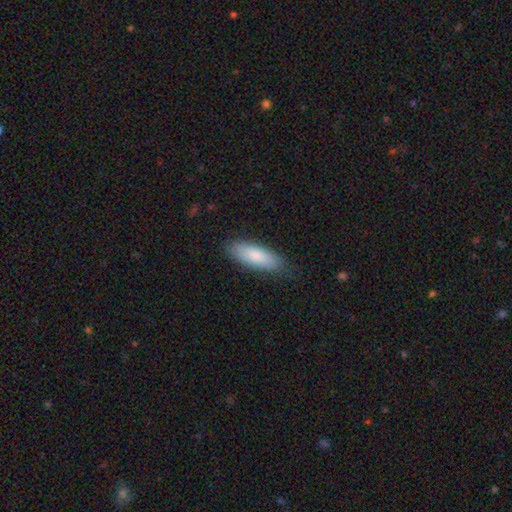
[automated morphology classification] This appears to be a smooth galaxy with no disk features (82%) that is in between round and cigar-shaped (60%). Merging: none (83%).